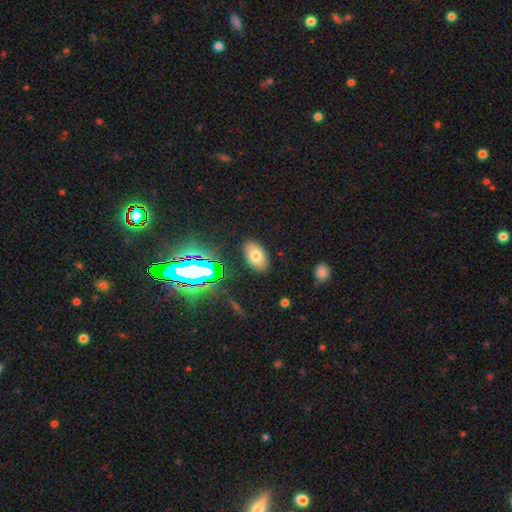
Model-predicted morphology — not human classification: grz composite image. It shows a smooth galaxy with no disk features (70%) that is in between round and cigar-shaped (92%). Merging: none (86%).